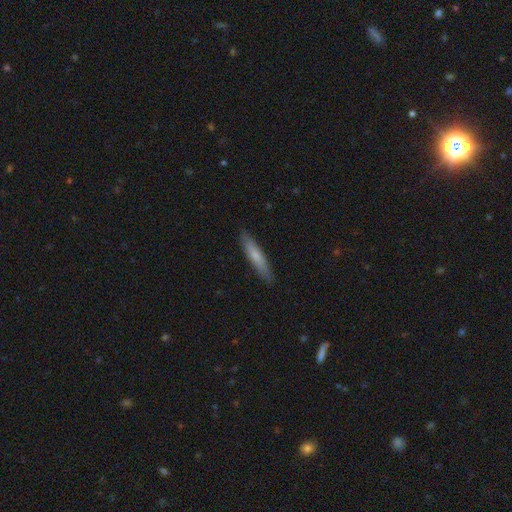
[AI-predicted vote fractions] Smooth or featured? Predicted: smooth (p=0.70). How rounded? Predicted: cigar-shaped (p=0.90). Merging? Predicted: none (p=0.88).